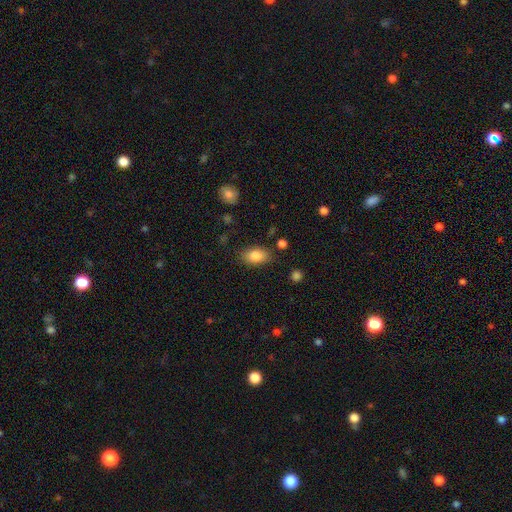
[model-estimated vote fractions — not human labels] smooth_or_featured: smooth (p=0.85) [alt: star or artifact p=0.08]
how_rounded: in between (p=0.88) [alt: round p=0.10]
merging: none (p=0.81) [alt: minor disturbance p=0.13]